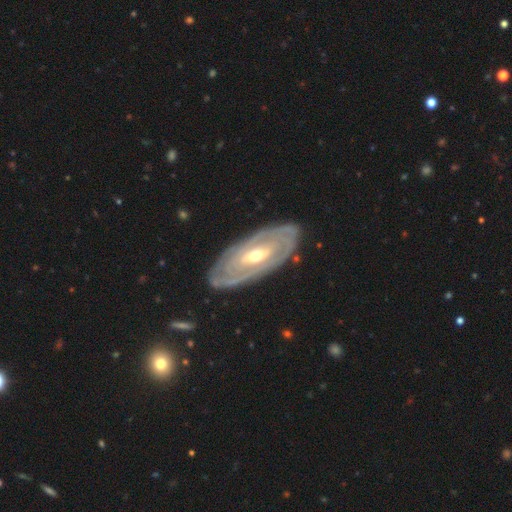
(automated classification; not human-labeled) This appears to be a featured or disk galaxy (83%) with no bar (42%), tight (79%) spiral arms (80%) and a moderate central bulge (56%). Merging: none (82%).